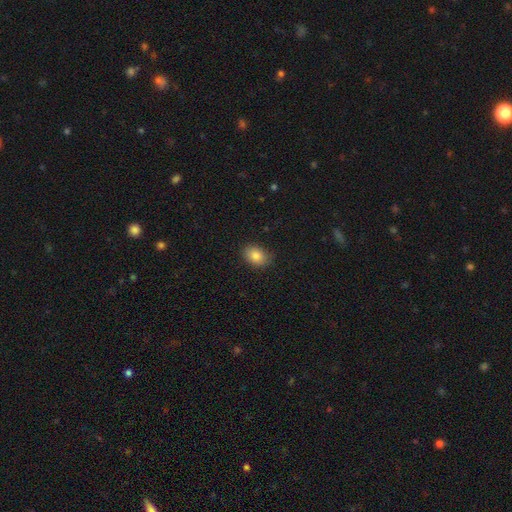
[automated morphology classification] A smooth galaxy with no disk features (85%) that is in between round and cigar-shaped (73%). Merging: none (84%).